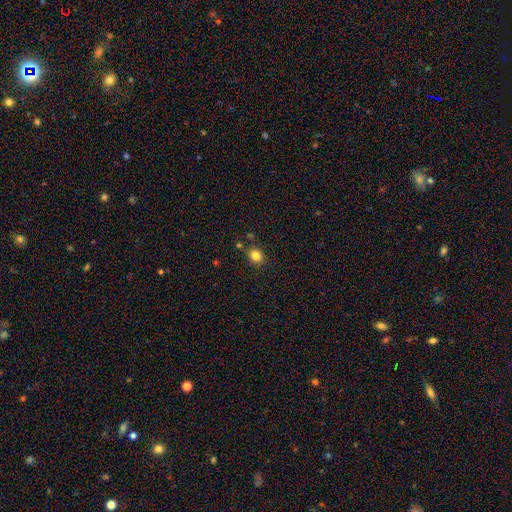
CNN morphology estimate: smooth_or_featured: smooth (p=0.82) [alt: star or artifact p=0.12]
how_rounded: round (p=0.70) [alt: in between p=0.29]
merging: none (p=0.84) [alt: minor disturbance p=0.10]